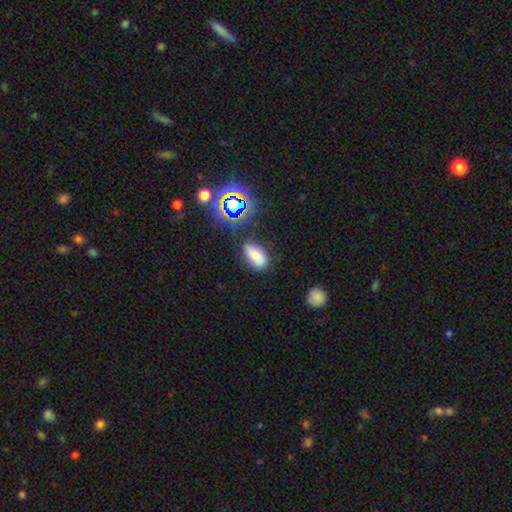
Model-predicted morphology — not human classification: The model was most divided on "merging": none: 71%, minor disturbance: 19%, major disturbance: 6%, merger: 4%. More confident: how rounded — in between (88%); smooth or featured — smooth (72%).